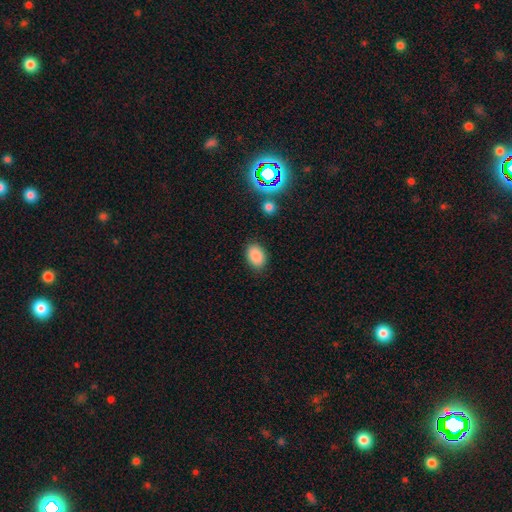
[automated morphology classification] Smooth or featured: smooth — 86% (star or artifact — 10%)
How rounded: in between — 84% (round — 15%)
Merging: none — 86% (minor disturbance — 10%)